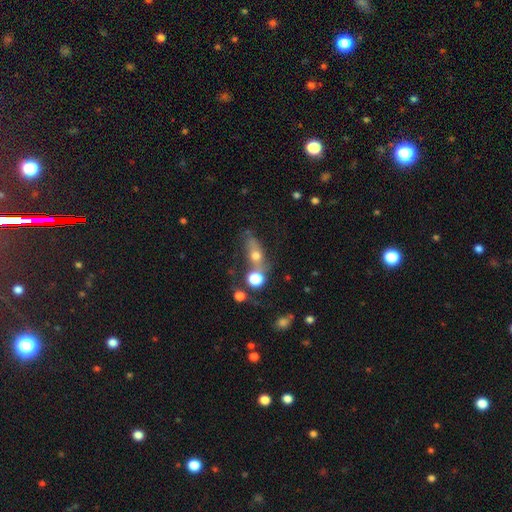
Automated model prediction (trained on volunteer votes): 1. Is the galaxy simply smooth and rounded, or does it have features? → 52% smooth, 30% featured or disk, 18% star or artifact.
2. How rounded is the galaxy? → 49% in between, 29% round, 22% cigar-shaped.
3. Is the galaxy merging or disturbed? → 43% none, 26% merger, 18% minor disturbance, 13% major disturbance.